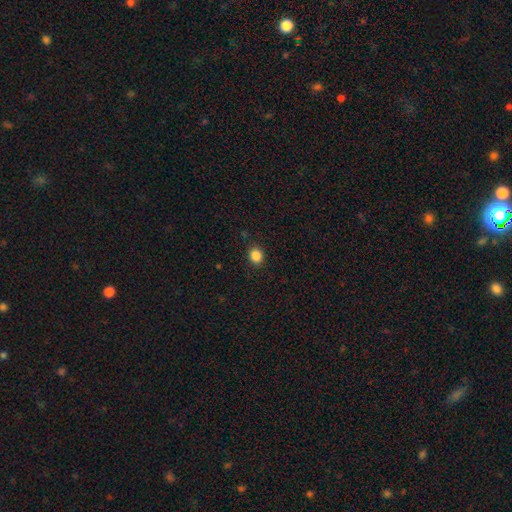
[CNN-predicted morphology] The model was most divided on "how rounded": round: 75%, in between: 24%, cigar-shaped: 1%. More confident: merging — none (89%); smooth or featured — smooth (86%).